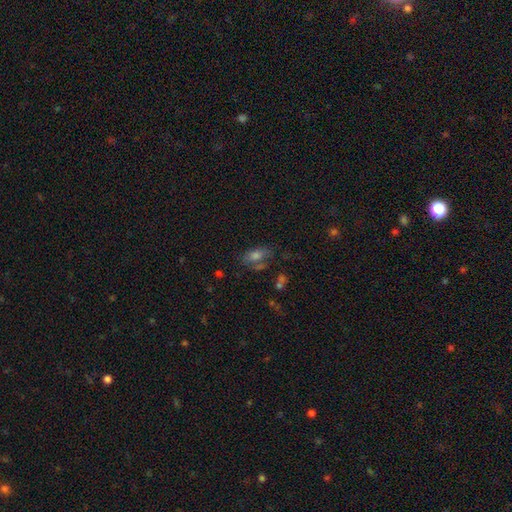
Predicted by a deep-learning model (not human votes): The model was most divided on "smooth or featured": smooth: 56%, star or artifact: 23%, featured or disk: 22%. More confident: how rounded — in between (83%); merging — none (55%).